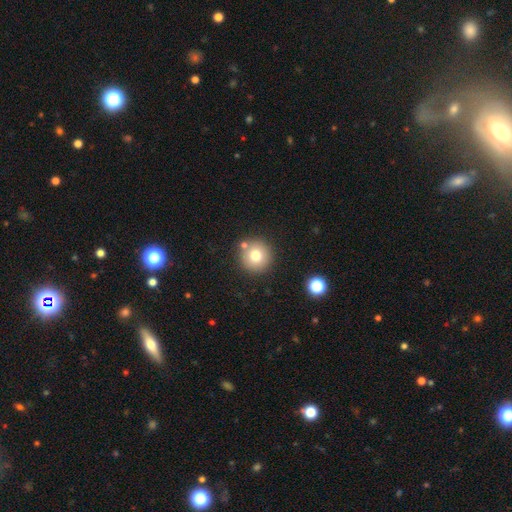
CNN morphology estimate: smooth_or_featured: smooth (p=0.76) [alt: featured or disk p=0.13]
how_rounded: round (p=0.95) [alt: in between p=0.04]
merging: none (p=0.81) [alt: merger p=0.09]